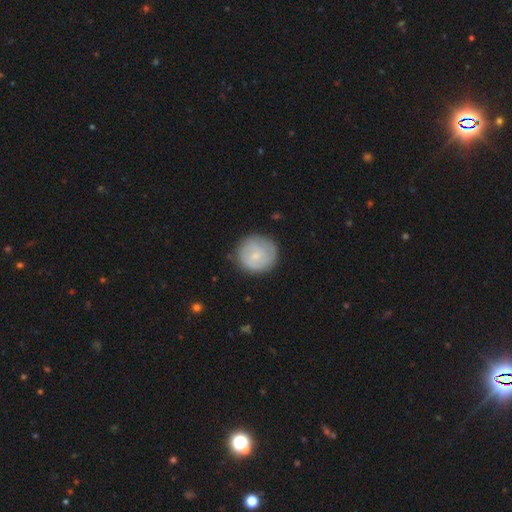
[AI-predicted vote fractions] Smooth or featured: smooth — 62% (featured or disk — 31%)
How rounded: round — 92% (in between — 7%)
Merging: none — 79% (minor disturbance — 16%)